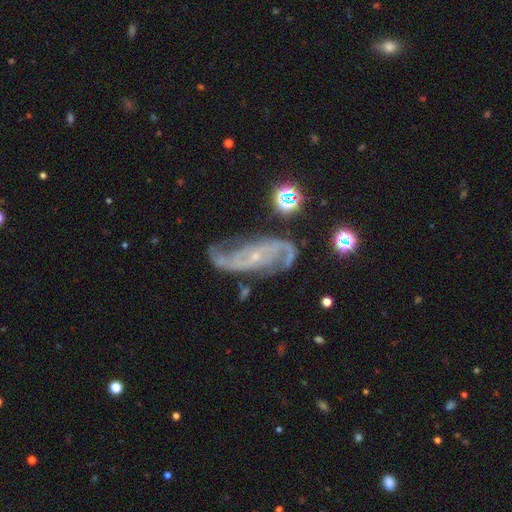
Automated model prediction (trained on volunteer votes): featured or disk 88%, star or artifact 7%, smooth 5%. Down the decision tree: edge-on disk — no (93%); bar — no (53%); spiral arms — yes (97%); spiral arm count — 2 (71%); spiral winding — medium (50%); bulge size — small (83%); merging — none (67%).